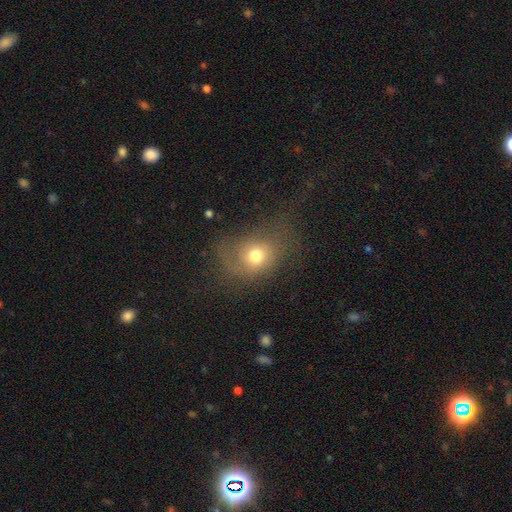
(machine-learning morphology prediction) Smooth or featured: smooth — 66% (featured or disk — 20%)
How rounded: round — 57% (in between — 42%)
Merging: none — 48% (major disturbance — 26%)